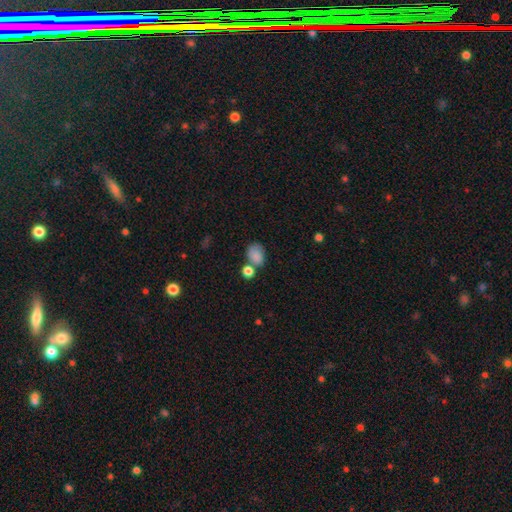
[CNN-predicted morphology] This is clearly a smooth galaxy (83%). How rounded: likely in between (70%). Merging: possibly none (49%).